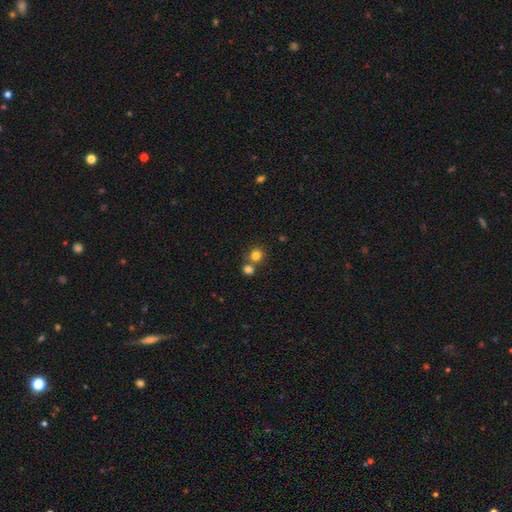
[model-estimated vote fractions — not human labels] A smooth galaxy with no disk features (81%) that is round (88%).

Vote fractions:
- Smooth or featured? smooth: 81% / star or artifact: 13% / featured or disk: 7%
- How rounded? round: 88% / in between: 11% / cigar-shaped: 1%
- Merging? none: 60% / merger: 30% / minor disturbance: 7% / major disturbance: 3%